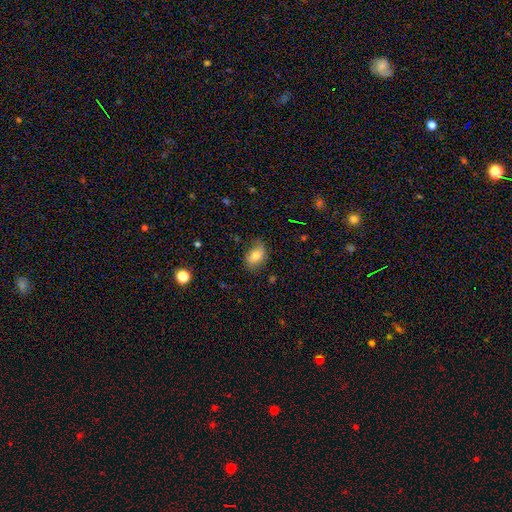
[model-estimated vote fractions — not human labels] Smooth or featured? Predicted: smooth (p=0.77). How rounded? Predicted: in between (p=0.81). Merging? Predicted: none (p=0.72).